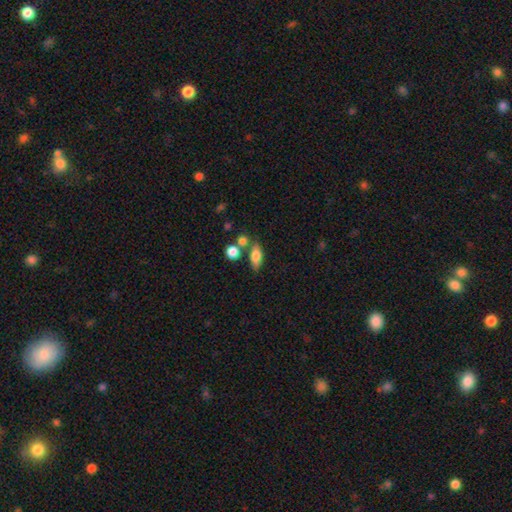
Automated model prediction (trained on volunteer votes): This appears to be a smooth galaxy with no disk features (75%) that is in between round and cigar-shaped (75%). Merging: none (62%).